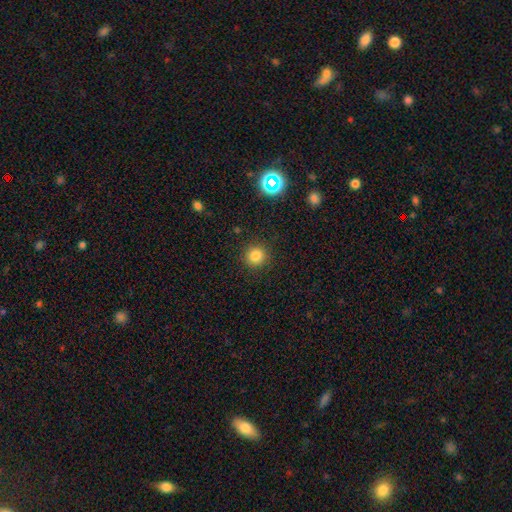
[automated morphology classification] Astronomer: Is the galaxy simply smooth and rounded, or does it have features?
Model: smooth — 82%.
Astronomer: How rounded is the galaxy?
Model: round — 94%.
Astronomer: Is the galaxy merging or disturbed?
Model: none — 90%.